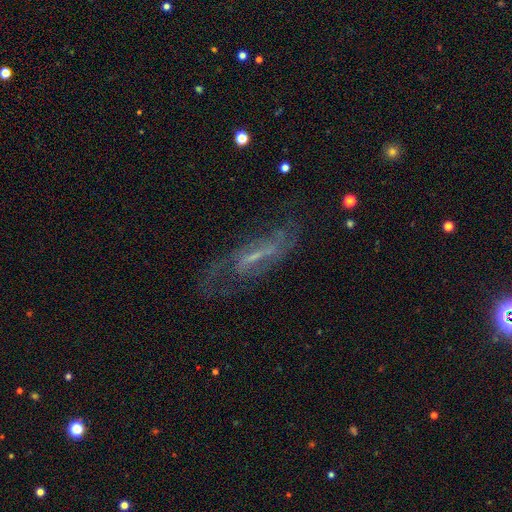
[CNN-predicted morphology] type=featured or disk (74%); edge-on=no (79%); bar=weak (42%); spiral arms=yes (82%); bulge=small (50%); merging=none (59%).